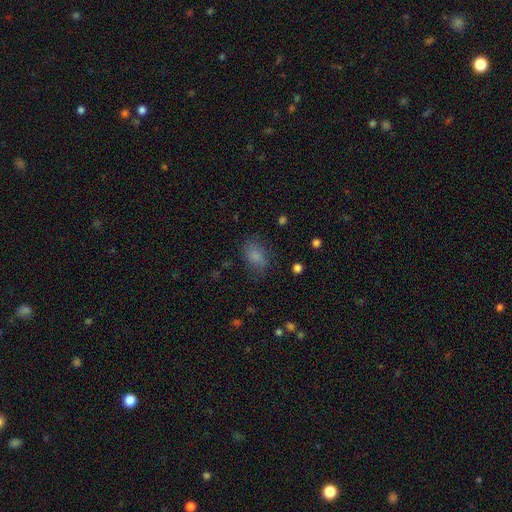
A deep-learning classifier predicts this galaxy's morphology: This appears to be a smooth galaxy with no disk features (81%) that is in between round and cigar-shaped (82%). Merging: none (71%).